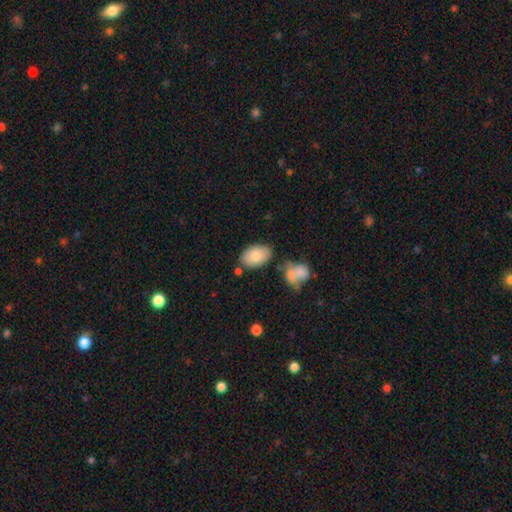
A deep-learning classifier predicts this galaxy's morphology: A smooth galaxy with no disk features (83%) that is in between round and cigar-shaped (91%). Merging: none (72%).